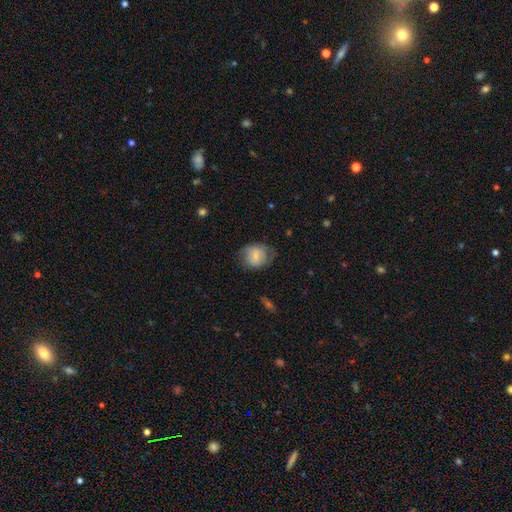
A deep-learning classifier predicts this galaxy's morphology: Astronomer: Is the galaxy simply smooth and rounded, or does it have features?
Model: smooth — 67%.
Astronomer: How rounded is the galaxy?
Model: round — 66%.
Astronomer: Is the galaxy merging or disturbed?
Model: none — 58%.